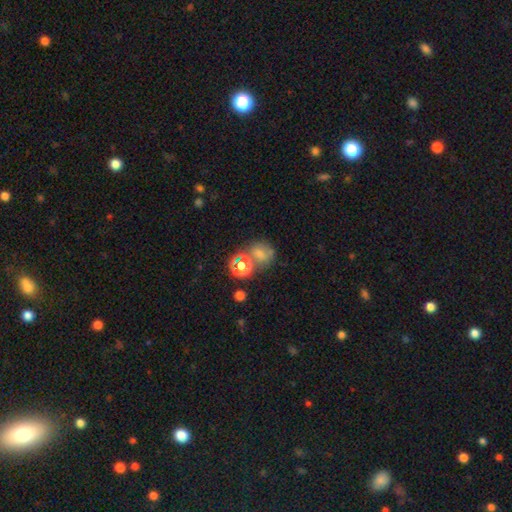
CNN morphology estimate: The model was most divided on "smooth or featured": smooth: 46%, star or artifact: 36%, featured or disk: 17%. More confident: merging — none (54%).